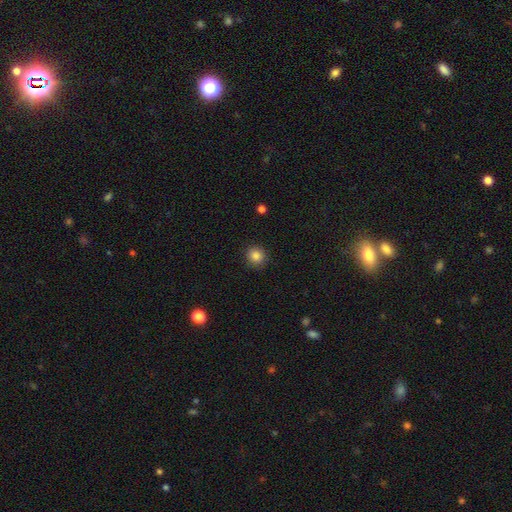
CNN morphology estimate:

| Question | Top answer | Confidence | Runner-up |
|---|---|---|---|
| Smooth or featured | smooth | 85% | star or artifact (11%) |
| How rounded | round | 89% | in between (10%) |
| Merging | none | 90% | minor disturbance (7%) |